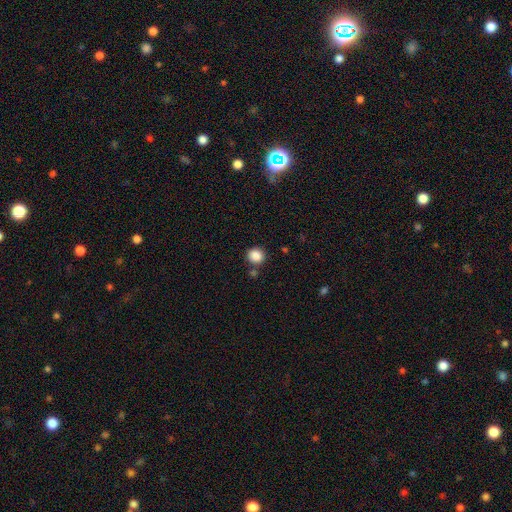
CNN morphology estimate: type=smooth (87%); roundness=round (84%); merging=none (80%).